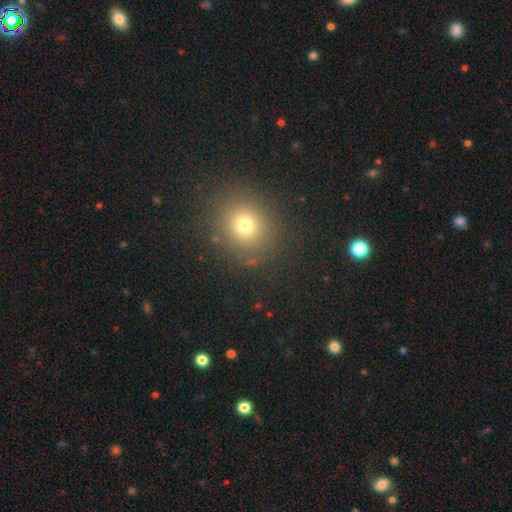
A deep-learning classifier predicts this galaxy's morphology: Smooth or featured? Predicted: smooth (p=0.67). How rounded? Predicted: round (p=0.85). Merging? Predicted: none (p=0.91).